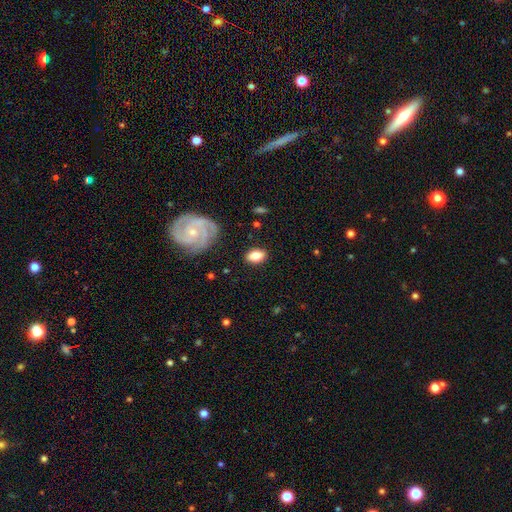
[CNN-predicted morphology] Smooth or featured? Predicted: smooth (p=0.74). How rounded? Predicted: in between (p=0.87). Merging? Predicted: none (p=0.83).